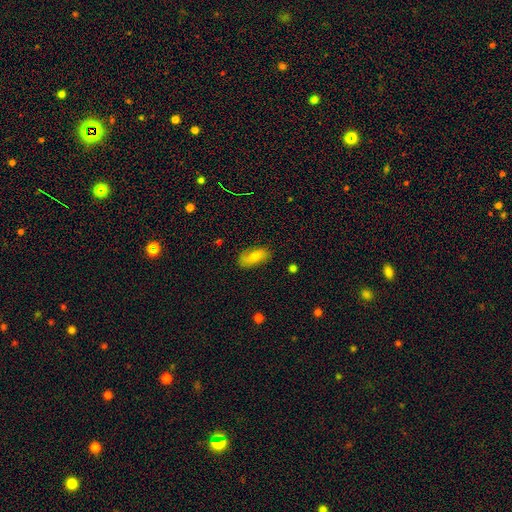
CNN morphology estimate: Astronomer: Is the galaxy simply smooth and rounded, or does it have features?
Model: smooth — 69%.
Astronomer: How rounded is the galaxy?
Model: in between — 82%.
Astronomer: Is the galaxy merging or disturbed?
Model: none — 81%.